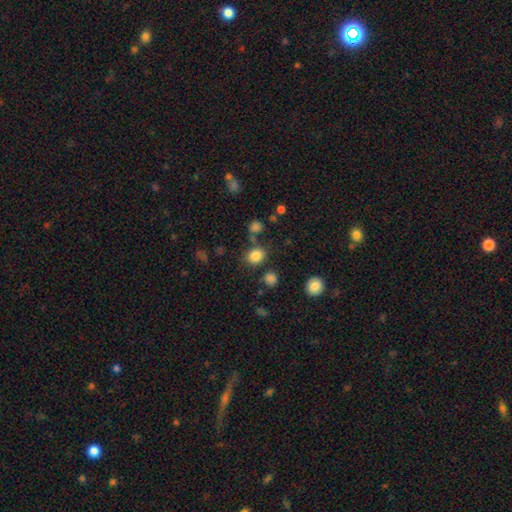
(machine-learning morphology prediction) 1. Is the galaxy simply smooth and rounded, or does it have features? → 83% smooth, 12% star or artifact, 5% featured or disk.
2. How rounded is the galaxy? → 68% round, 31% in between, 1% cigar-shaped.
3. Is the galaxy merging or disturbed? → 77% none, 10% minor disturbance, 8% merger, 4% major disturbance.